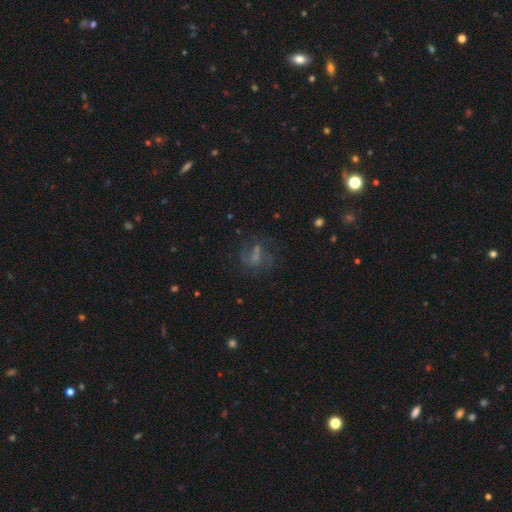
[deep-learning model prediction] Smooth or featured? Predicted: featured or disk (p=0.52). Edge-on disk? Predicted: no (p=0.97). Bar? Predicted: no (p=0.44). Spiral arms? Predicted: yes (p=0.70). Bulge size? Predicted: none (p=0.42). Merging? Predicted: none (p=0.56).